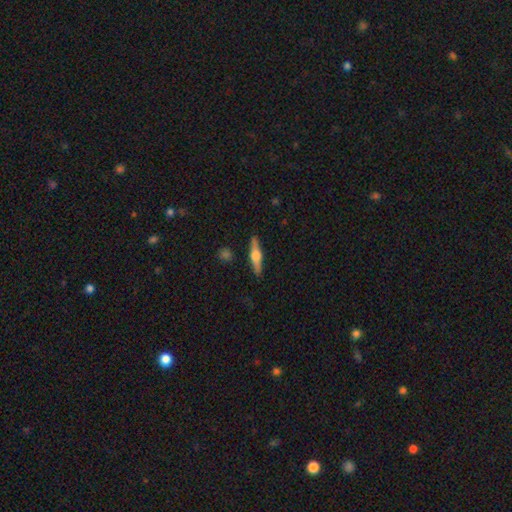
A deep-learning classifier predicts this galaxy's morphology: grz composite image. It shows a featured or disk galaxy (61%) viewed edge-on (96%) with a rounded central bulge (93%). Merging: none (90%).